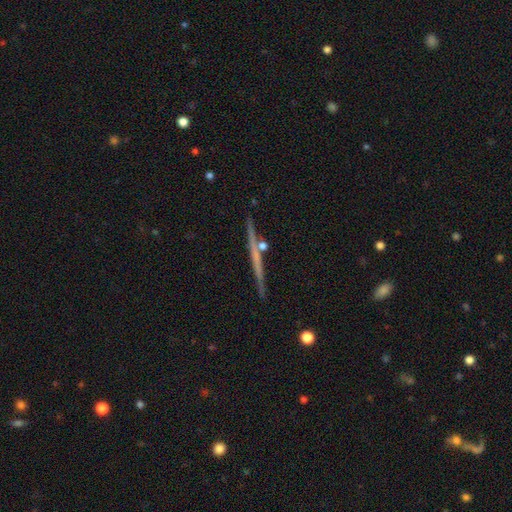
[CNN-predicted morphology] This appears to be a featured or disk galaxy (66%) viewed edge-on (98%) with no central bulge (74%). Merging: none (87%).